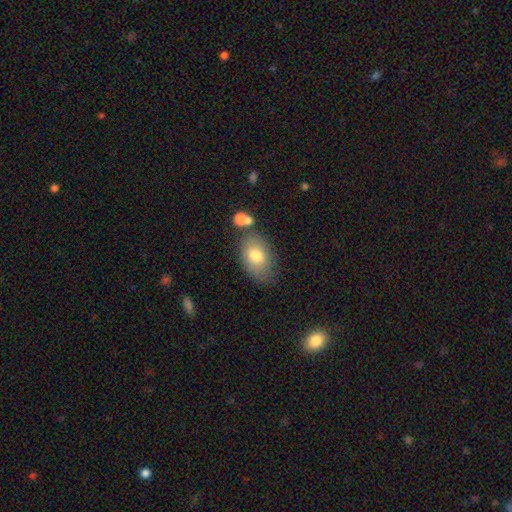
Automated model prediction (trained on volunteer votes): Smooth or featured? smooth (75%)
How rounded? in between (87%)
Merging? none (64%)